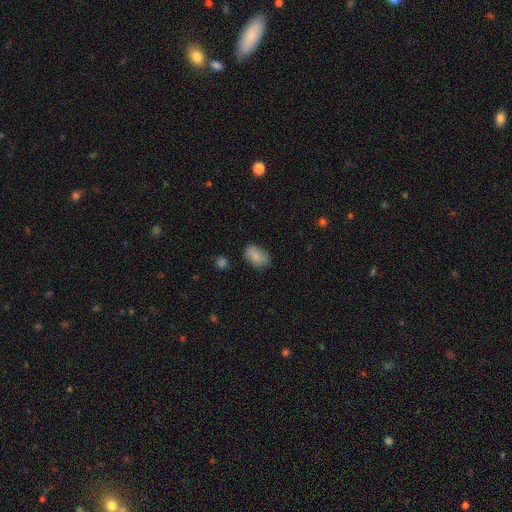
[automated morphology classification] A smooth galaxy with no disk features (83%) that is in between round and cigar-shaped (86%). Merging: none (73%).